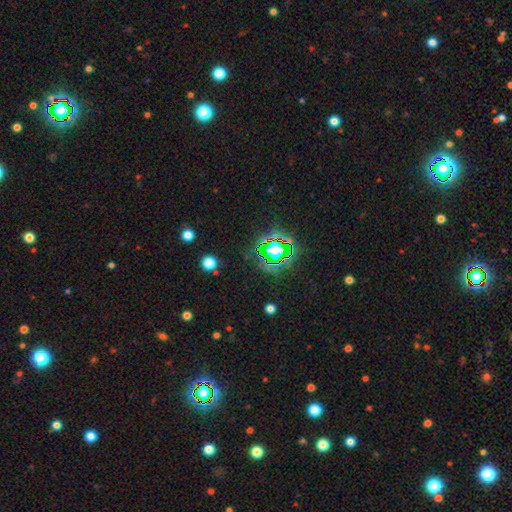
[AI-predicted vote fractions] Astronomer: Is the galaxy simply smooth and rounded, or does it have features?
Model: star or artifact — 81%.